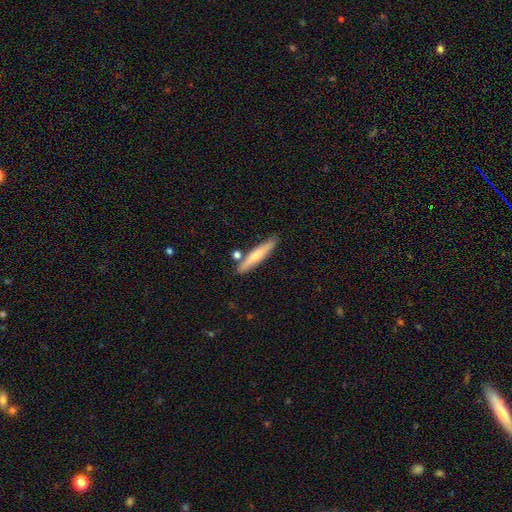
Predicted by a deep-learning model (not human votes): Q: Smooth or featured?
A: smooth (63%); runner-up: featured or disk (31%)
Q: How rounded?
A: cigar-shaped (91%); runner-up: in between (8%)
Q: Merging?
A: none (77%); runner-up: minor disturbance (11%)